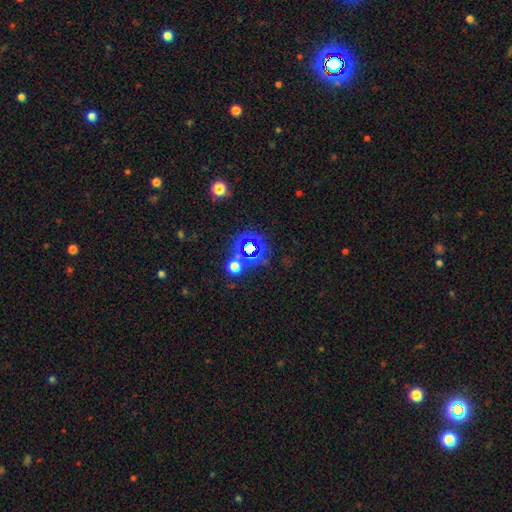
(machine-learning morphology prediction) A smooth galaxy with no disk features (46%). Merging: none (64%).